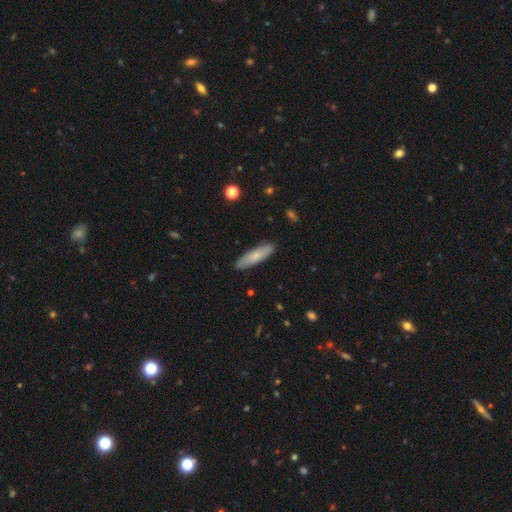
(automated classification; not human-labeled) Morphology: type=smooth (70%); roundness=cigar-shaped (67%); merging=none (88%).